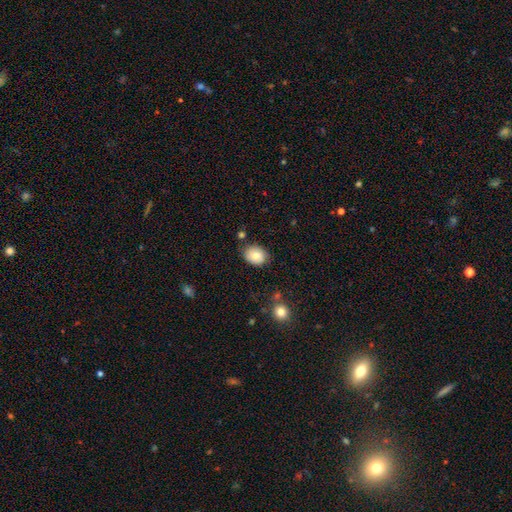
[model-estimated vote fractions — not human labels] Smooth or featured? smooth (79%)
How rounded? in between (51%)
Merging? none (79%)